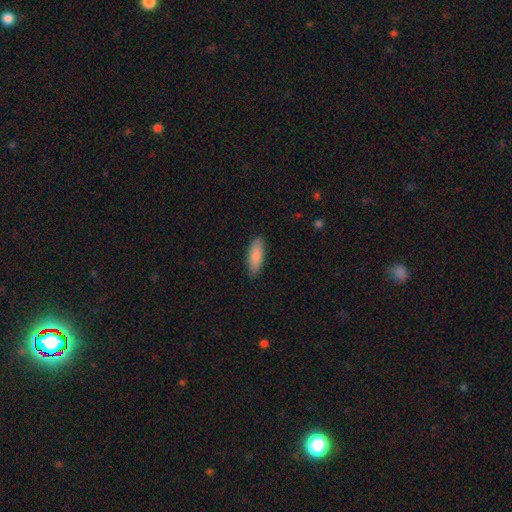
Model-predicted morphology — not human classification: Overall: smooth (87%). How rounded: in between (65%; cigar-shaped 33%). Merging: none (88%).